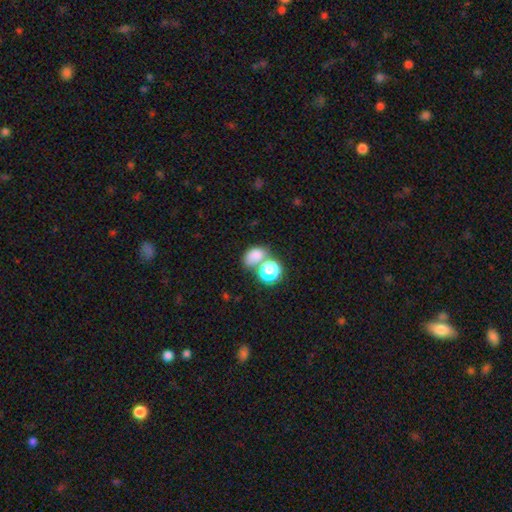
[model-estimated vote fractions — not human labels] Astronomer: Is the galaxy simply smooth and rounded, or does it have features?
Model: smooth — 75%.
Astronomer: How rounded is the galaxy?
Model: in between — 66%.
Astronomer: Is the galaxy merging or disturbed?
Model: none — 46% (runner-up: merger, 35%).